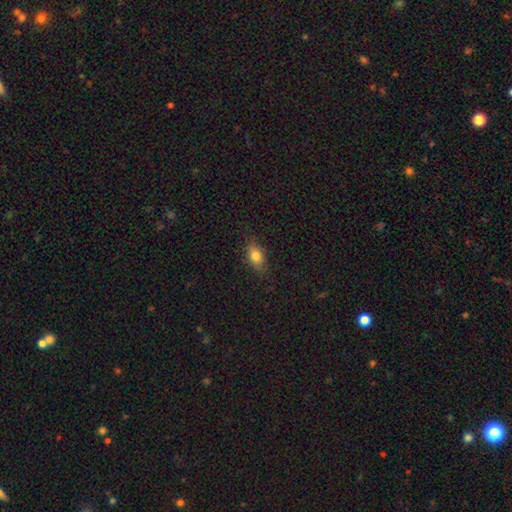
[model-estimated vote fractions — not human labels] Smooth or featured? Predicted: smooth (p=0.78). How rounded? Predicted: in between (p=0.78). Merging? Predicted: none (p=0.80).